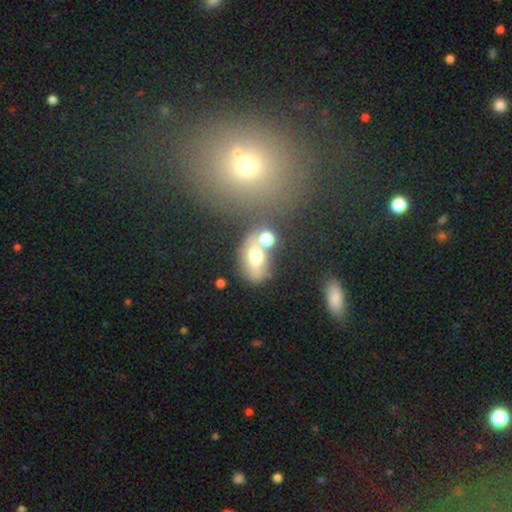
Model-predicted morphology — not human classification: smooth_or_featured: smooth (p=0.59) [alt: featured or disk p=0.23]
how_rounded: in between (p=0.70) [alt: round p=0.26]
merging: none (p=0.43) [alt: merger p=0.32]